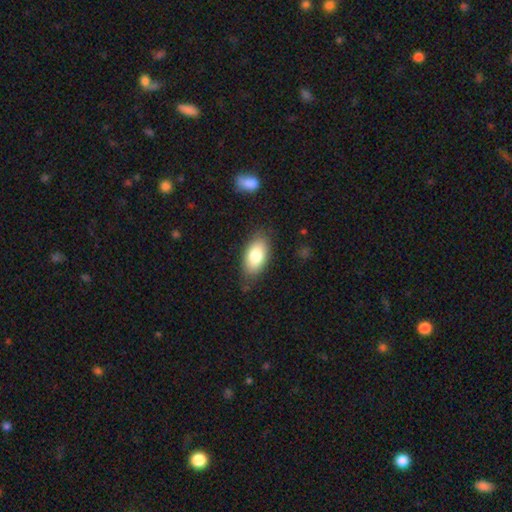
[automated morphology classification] Smooth or featured? smooth (80%)
How rounded? in between (93%)
Merging? none (81%)